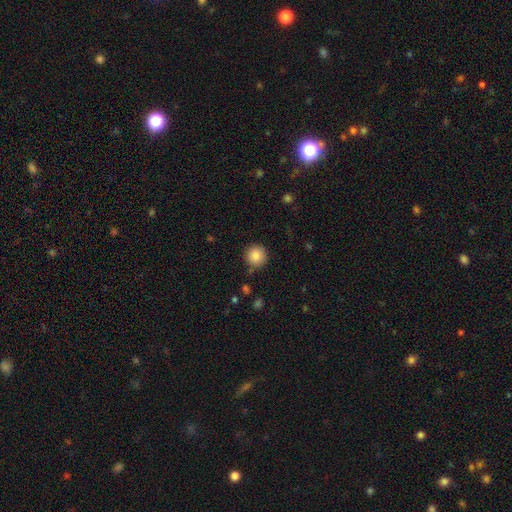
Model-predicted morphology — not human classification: A smooth galaxy with no disk features (86%) that is round (95%). Merging: none (87%).